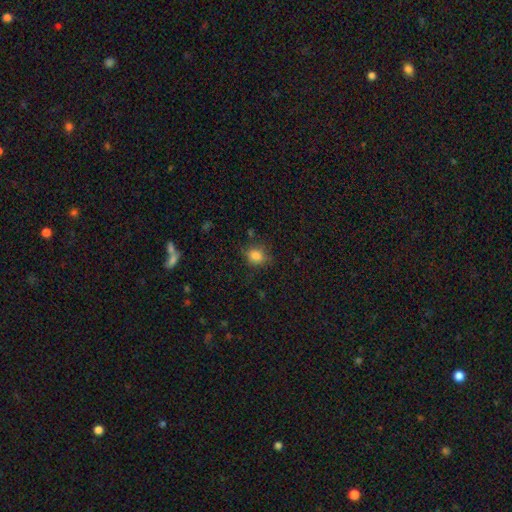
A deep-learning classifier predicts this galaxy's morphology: Overall: smooth (82%). How rounded: round (66%; in between 32%). Merging: none (75%).